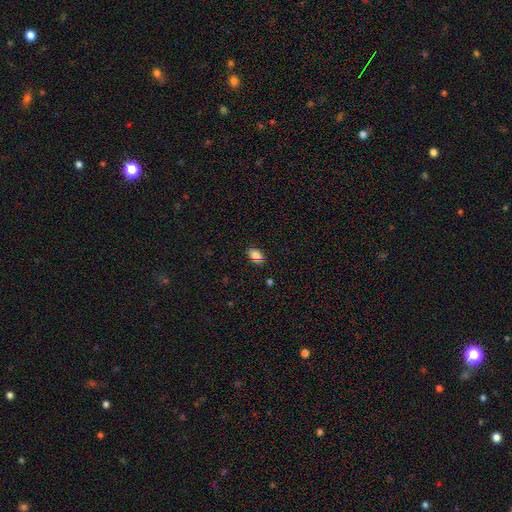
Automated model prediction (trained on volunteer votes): Smooth or featured?
  - smooth: 81% *
  - star or artifact: 12%
  - featured or disk: 7%
How rounded?
  - in between: 83% *
  - round: 16%
  - cigar-shaped: 2%
Merging?
  - none: 85% *
  - minor disturbance: 11%
  - major disturbance: 2%
  - merger: 1%